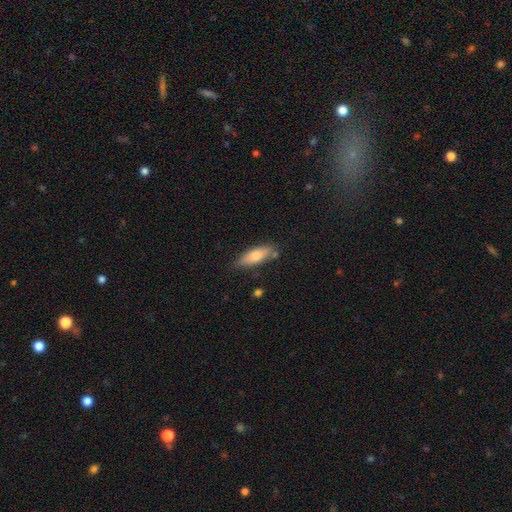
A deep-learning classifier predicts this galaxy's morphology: Smooth or featured? smooth (76%)
How rounded? in between (59%)
Merging? none (72%)